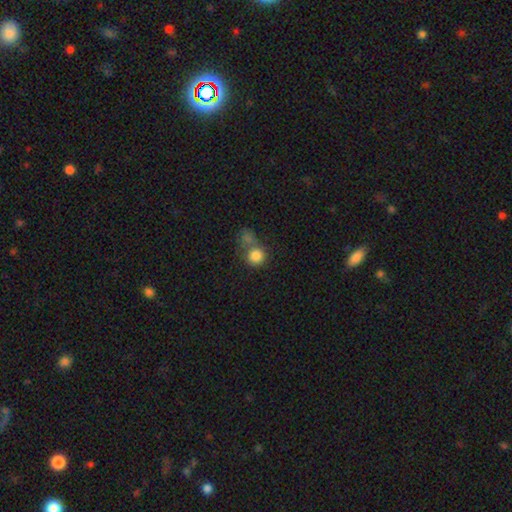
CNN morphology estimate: Overall: smooth (83%). How rounded: round (87%). Merging: none (42%; merger 41%).